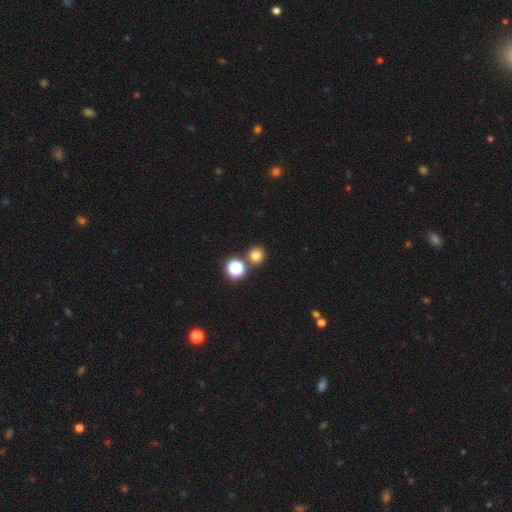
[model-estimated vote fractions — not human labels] A smooth galaxy with no disk features (75%) that is round (91%).

Vote fractions:
- Smooth or featured? smooth: 75% / star or artifact: 19% / featured or disk: 6%
- How rounded? round: 91% / in between: 8% / cigar-shaped: 1%
- Merging? none: 80% / merger: 11% / minor disturbance: 6% / major disturbance: 3%